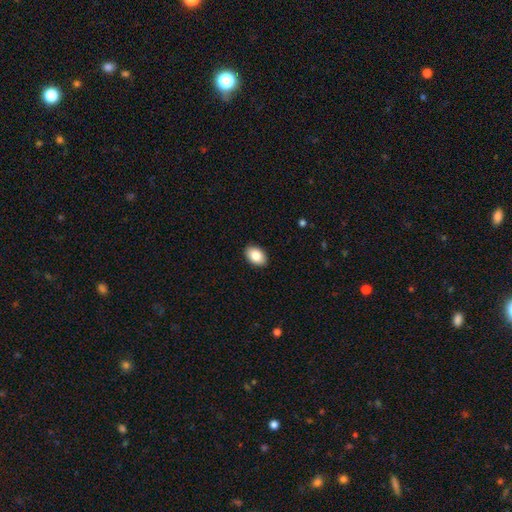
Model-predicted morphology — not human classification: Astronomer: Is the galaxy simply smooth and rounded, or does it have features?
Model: smooth — 85%.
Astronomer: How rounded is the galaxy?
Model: in between — 87%.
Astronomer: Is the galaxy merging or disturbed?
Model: none — 91%.